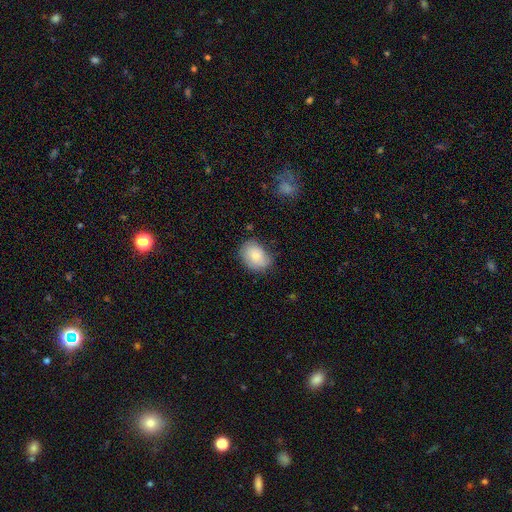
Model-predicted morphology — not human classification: smooth 75%, featured or disk 17%, star or artifact 7%. Down the decision tree: how rounded — in between (68%); merging — none (67%).